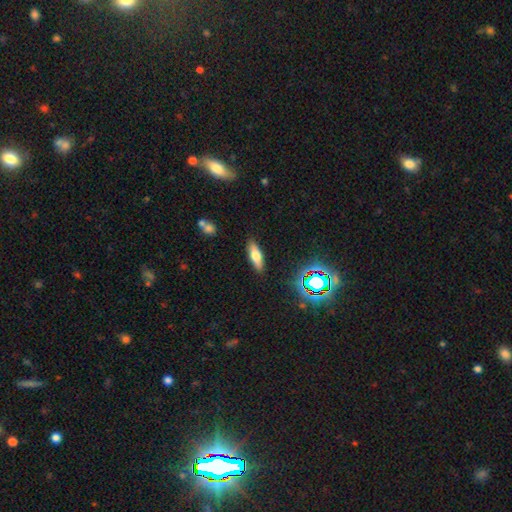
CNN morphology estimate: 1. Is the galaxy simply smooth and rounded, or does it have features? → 65% smooth, 23% featured or disk, 11% star or artifact.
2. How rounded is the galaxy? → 53% in between, 44% cigar-shaped, 3% round.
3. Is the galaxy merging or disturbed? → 87% none, 9% minor disturbance, 2% major disturbance, 2% merger.